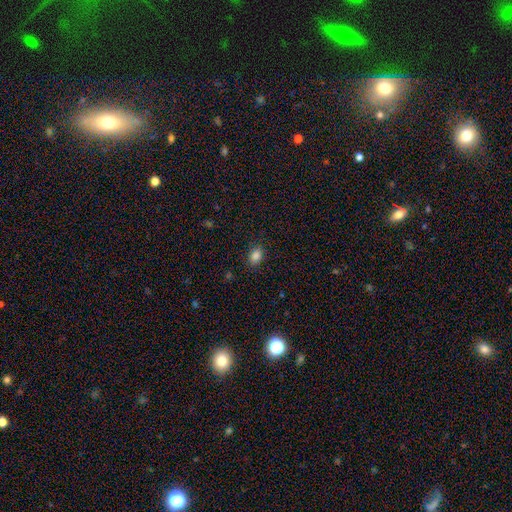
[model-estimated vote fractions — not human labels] smooth 85%, star or artifact 11%, featured or disk 4%. Down the decision tree: how rounded — in between (76%); merging — none (87%).